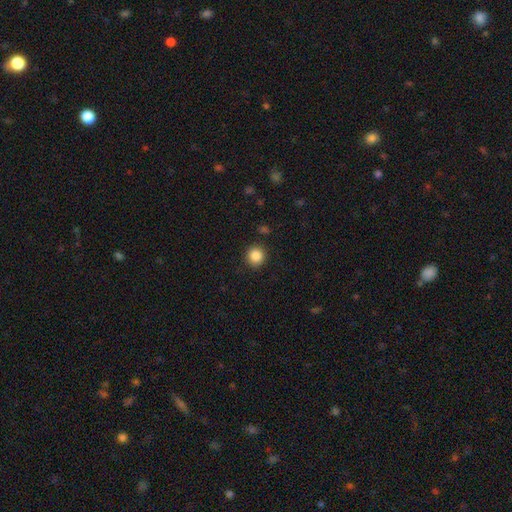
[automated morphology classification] This appears to be a smooth galaxy with no disk features (86%) that is round (93%). Merging: none (90%).